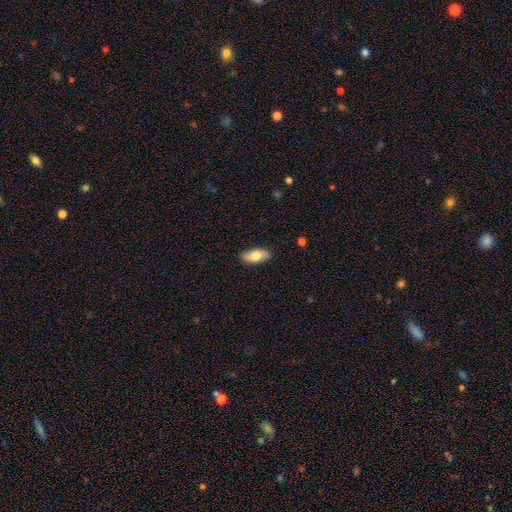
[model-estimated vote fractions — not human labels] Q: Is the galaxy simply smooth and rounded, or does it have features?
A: smooth — 77%.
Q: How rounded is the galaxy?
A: in between — 87%.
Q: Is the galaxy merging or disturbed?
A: none — 88%.